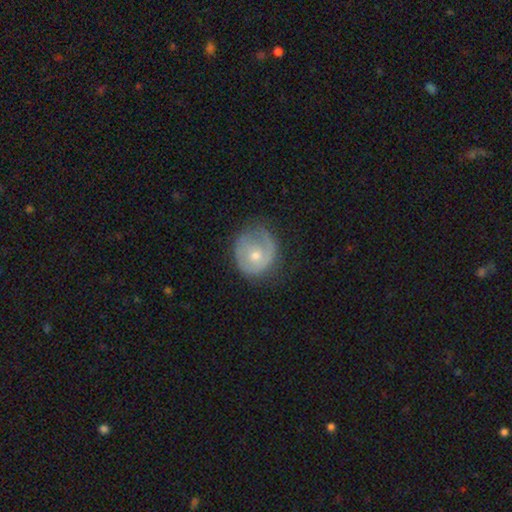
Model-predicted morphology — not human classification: type=featured or disk (54%); edge-on=no (96%); bar=no (82%); spiral arms=yes (59%); bulge=moderate (59%); merging=none (55%).